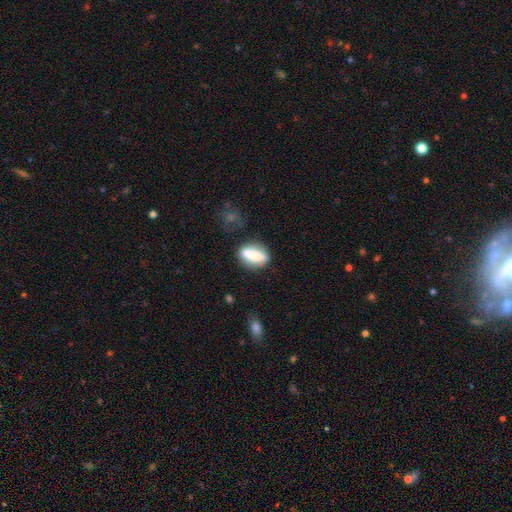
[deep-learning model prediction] This is likely a smooth galaxy (72%). How rounded: likely in between (68%). Merging: likely none (69%).